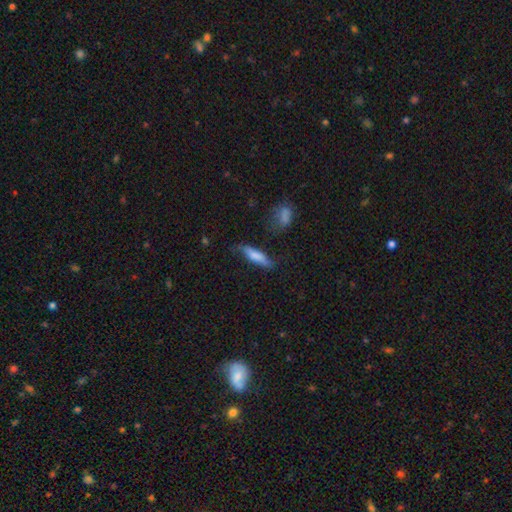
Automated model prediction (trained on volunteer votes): smooth 73%, featured or disk 21%, star or artifact 7%. Down the decision tree: how rounded — cigar-shaped (69%); merging — none (64%).